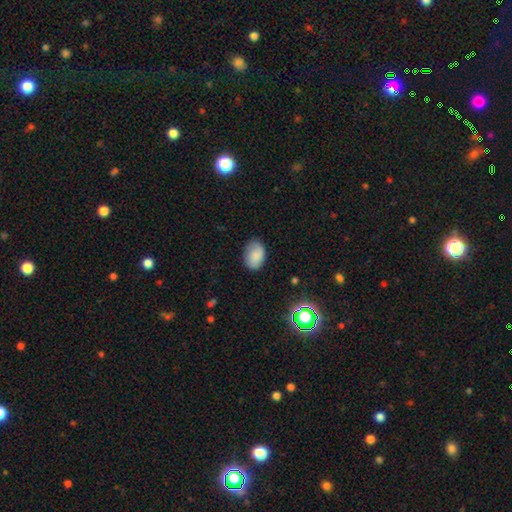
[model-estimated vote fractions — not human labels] smooth_or_featured: smooth (p=0.78) [alt: featured or disk p=0.13]
how_rounded: in between (p=0.85) [alt: round p=0.14]
merging: none (p=0.75) [alt: minor disturbance p=0.19]